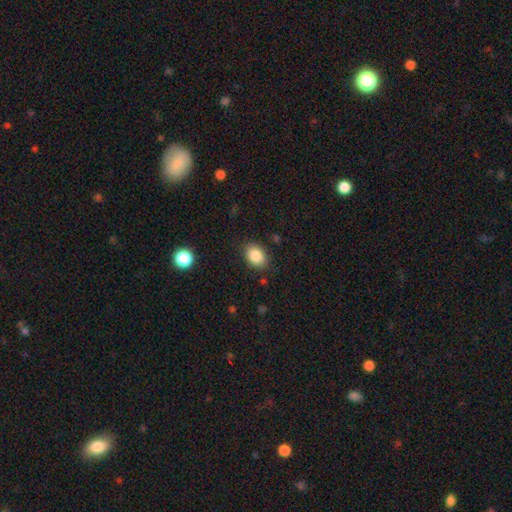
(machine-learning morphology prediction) type=smooth (85%); roundness=in between (74%); merging=none (84%).